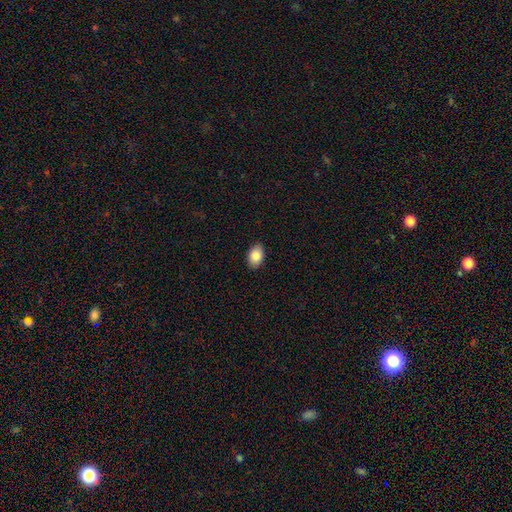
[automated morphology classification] This is clearly a smooth galaxy (85%). How rounded: clearly in between (87%). Merging: clearly none (88%).